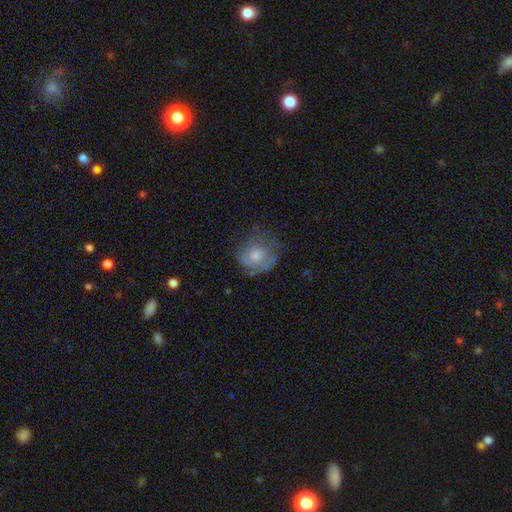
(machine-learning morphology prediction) Overall: smooth (54%; featured or disk 35%). How rounded: round (76%). Merging: none (55%; minor disturbance 26%).